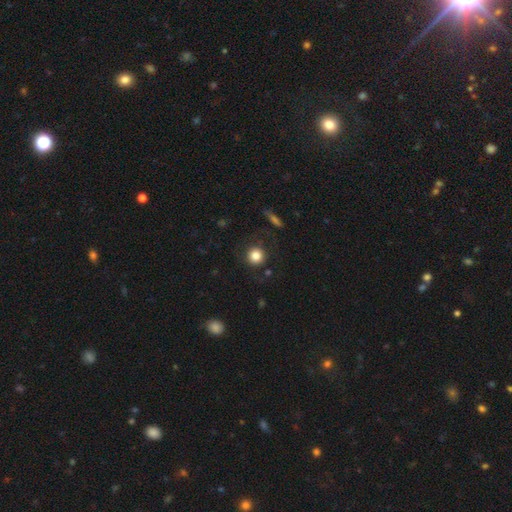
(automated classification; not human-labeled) A smooth galaxy with no disk features (82%) that is round (94%).

Vote fractions:
- Smooth or featured? smooth: 82% / star or artifact: 11% / featured or disk: 7%
- How rounded? round: 94% / in between: 5% / cigar-shaped: 1%
- Merging? none: 87% / minor disturbance: 8% / major disturbance: 3% / merger: 2%